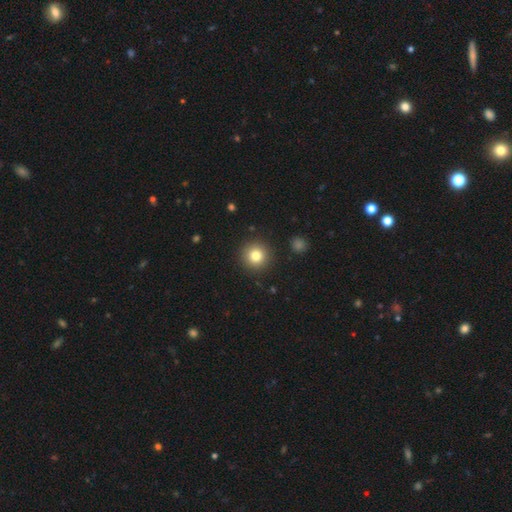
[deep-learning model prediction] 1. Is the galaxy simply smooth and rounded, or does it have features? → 80% smooth, 11% star or artifact, 8% featured or disk.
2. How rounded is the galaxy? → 95% round, 4% in between, 1% cigar-shaped.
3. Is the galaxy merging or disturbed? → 91% none, 5% minor disturbance, 2% major disturbance, 2% merger.